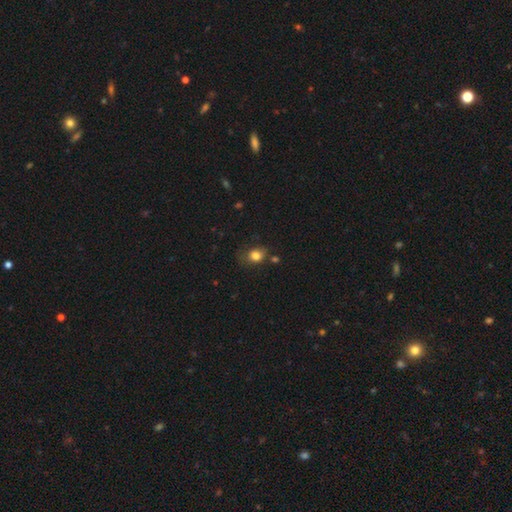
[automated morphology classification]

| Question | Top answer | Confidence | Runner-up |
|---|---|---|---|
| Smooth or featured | smooth | 80% | star or artifact (11%) |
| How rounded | round | 54% | in between (45%) |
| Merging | none | 61% | minor disturbance (26%) |